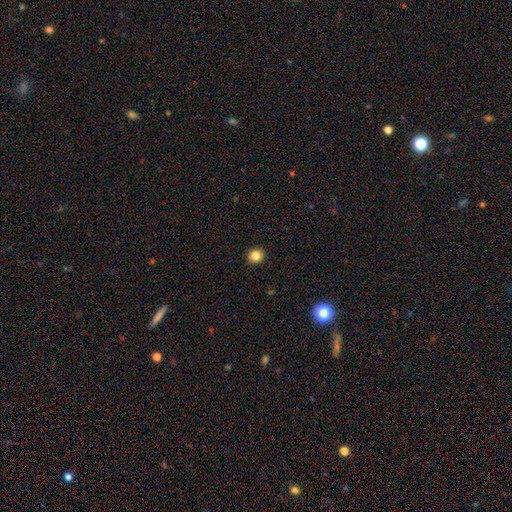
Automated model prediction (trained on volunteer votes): This appears to be a smooth galaxy with no disk features (83%) that is round (87%). Merging: none (93%).